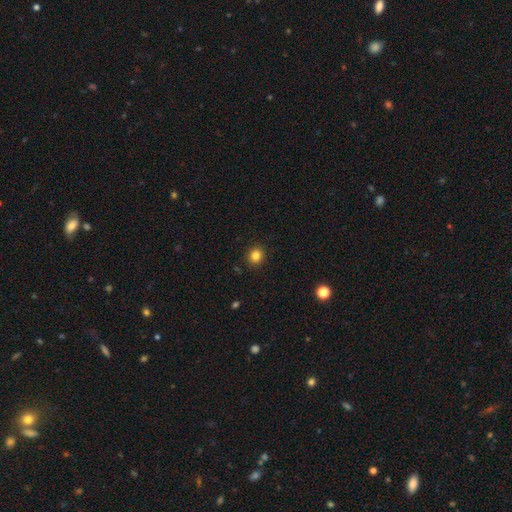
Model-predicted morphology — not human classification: A smooth galaxy with no disk features (83%) that is round (85%). Merging: none (91%).